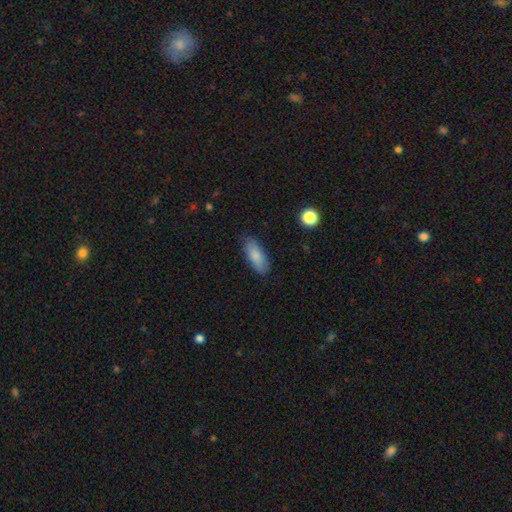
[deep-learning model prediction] The model was most divided on "how rounded": in between: 76%, cigar-shaped: 22%, round: 2%. More confident: smooth or featured — smooth (83%); merging — none (82%).